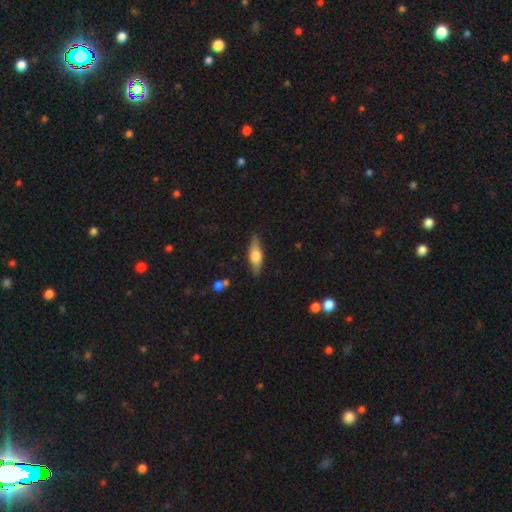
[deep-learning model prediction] Morphology: type=smooth (51%); roundness=in between (49%); merging=none (84%).